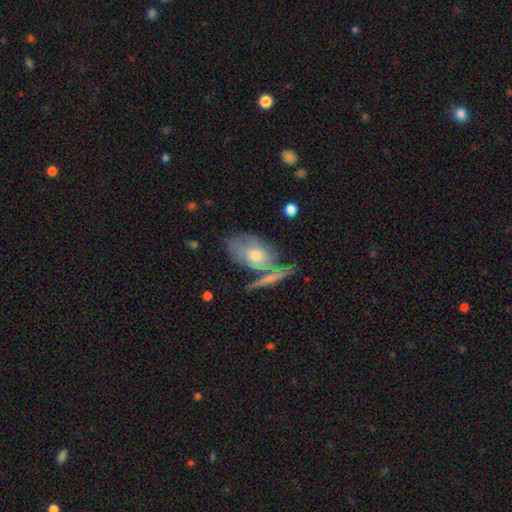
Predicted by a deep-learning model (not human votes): smooth-or-featured: smooth: 57% | featured or disk: 36% | star or artifact: 7%
  how-rounded: in between: 81% | round: 13% | cigar-shaped: 6%
  merging: none: 43% | merger: 27% | minor disturbance: 20% | major disturbance: 10%